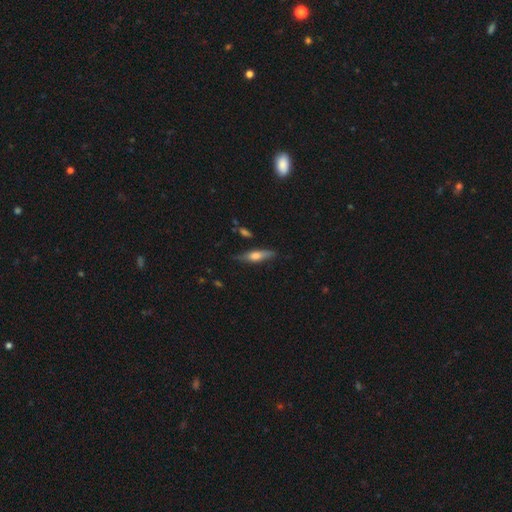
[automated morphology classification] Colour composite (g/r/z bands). It shows a smooth galaxy with no disk features (49%). Merging: none (73%).